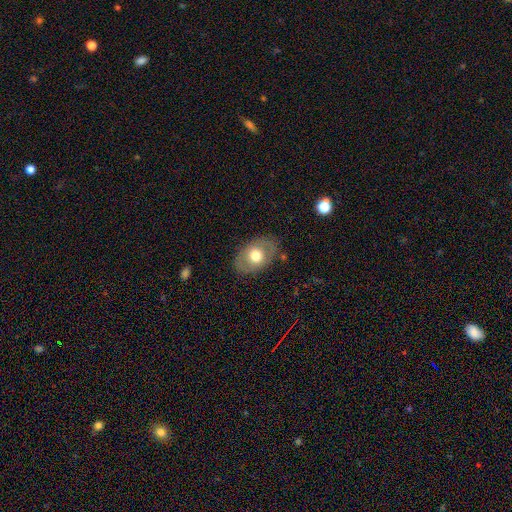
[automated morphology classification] smooth-or-featured: smooth: 59% | featured or disk: 34% | star or artifact: 7%
  how-rounded: in between: 77% | round: 22% | cigar-shaped: 1%
  merging: none: 79% | minor disturbance: 14% | major disturbance: 5% | merger: 2%